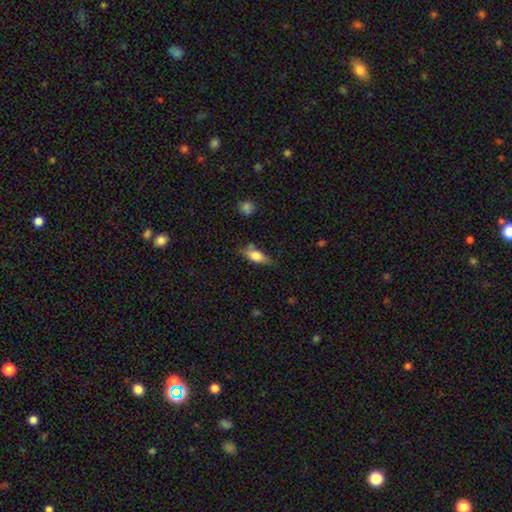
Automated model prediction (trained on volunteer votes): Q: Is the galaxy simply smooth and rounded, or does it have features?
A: smooth — 71%.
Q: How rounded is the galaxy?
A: in between — 77%.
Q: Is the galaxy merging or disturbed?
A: none — 68%.